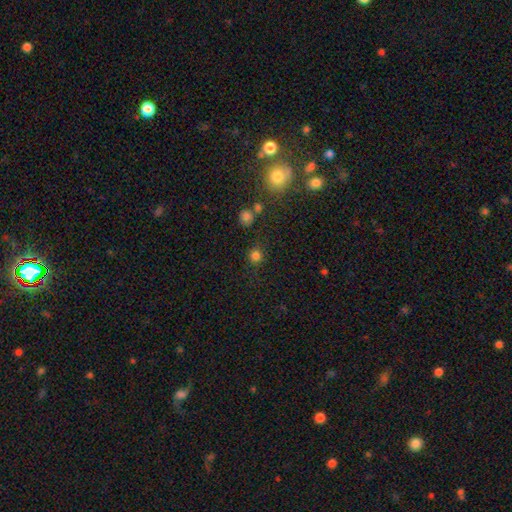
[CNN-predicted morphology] Smooth or featured: smooth — 78% (star or artifact — 18%)
How rounded: round — 89% (in between — 10%)
Merging: none — 80% (minor disturbance — 11%)